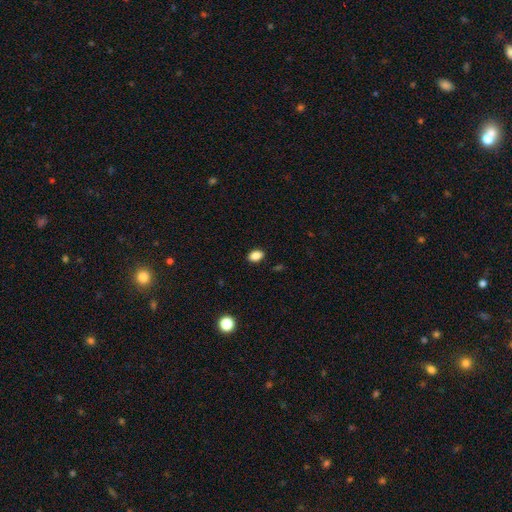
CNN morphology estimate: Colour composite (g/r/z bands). It shows a smooth galaxy with no disk features (87%) that is in between round and cigar-shaped (82%). Merging: none (89%).